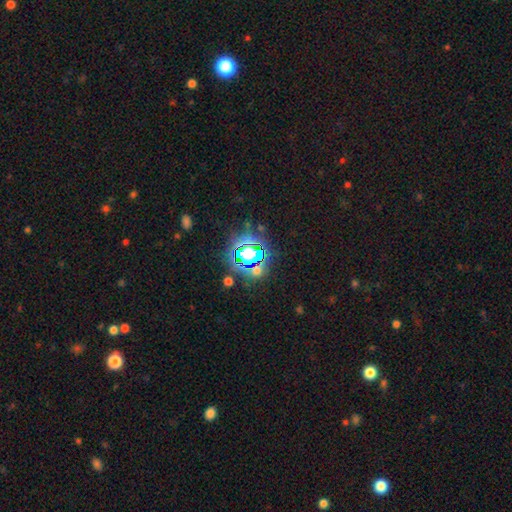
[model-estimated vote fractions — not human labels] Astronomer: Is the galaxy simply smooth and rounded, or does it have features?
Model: star or artifact — 65%.